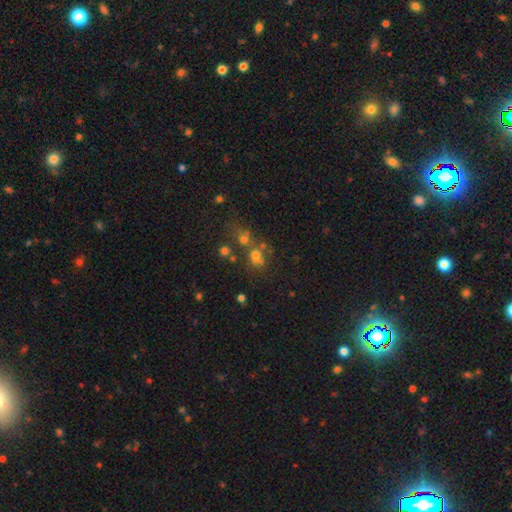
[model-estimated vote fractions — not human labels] A smooth galaxy with no disk features (54%) that is round (67%). Merging: merger (41%).